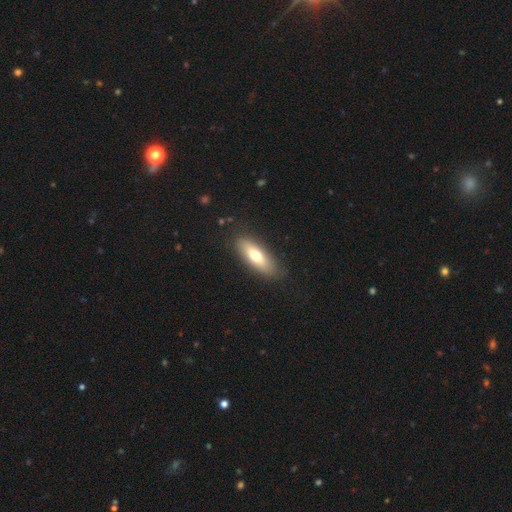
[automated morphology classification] Smooth or featured? Predicted: smooth (p=0.69). How rounded? Predicted: in between (p=0.62). Merging? Predicted: none (p=0.85).